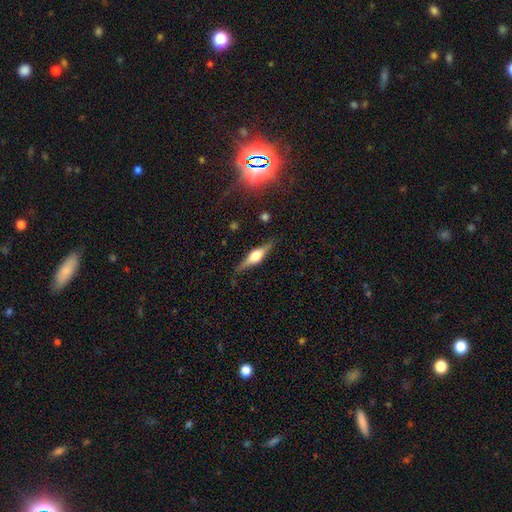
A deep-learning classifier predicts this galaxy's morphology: smooth_or_featured: featured or disk (p=0.69) [alt: smooth p=0.24]
disk_edge_on: yes (p=0.96) [alt: no p=0.04]
edge_on_bulge: rounded (p=0.91) [alt: boxy p=0.07]
merging: none (p=0.85) [alt: minor disturbance p=0.11]